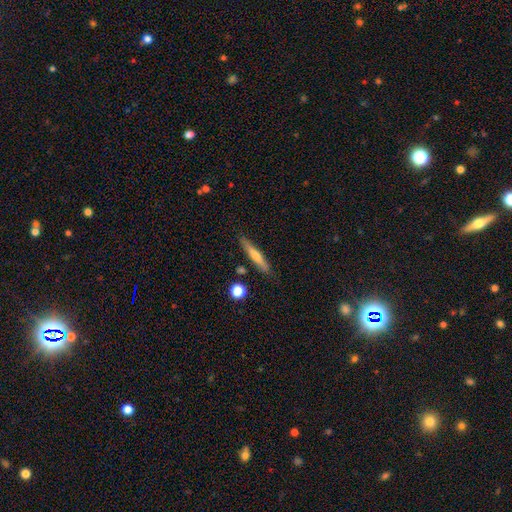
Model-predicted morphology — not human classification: type=smooth (54%); roundness=cigar-shaped (91%); merging=none (83%).